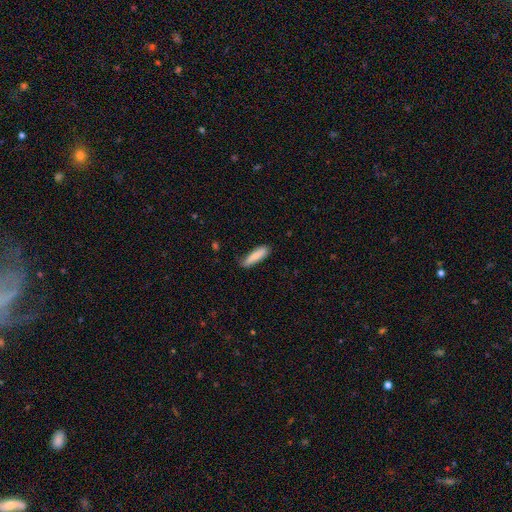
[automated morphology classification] smooth_or_featured: smooth (p=0.84) [alt: featured or disk p=0.11]
how_rounded: cigar-shaped (p=0.68) [alt: in between p=0.31]
merging: none (p=0.75) [alt: minor disturbance p=0.20]